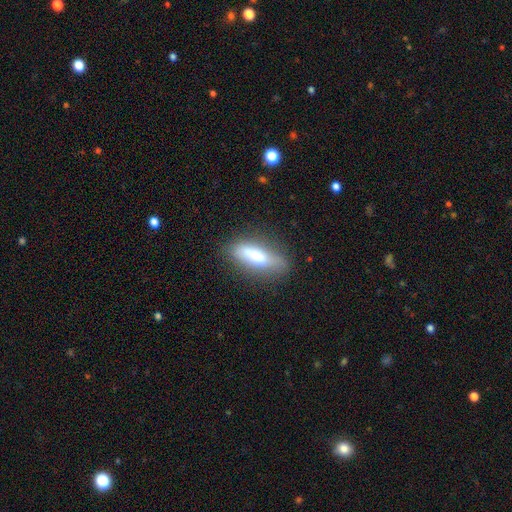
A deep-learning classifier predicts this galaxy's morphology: This appears to be a smooth galaxy with no disk features (62%) that is in between round and cigar-shaped (53%). Merging: none (77%).